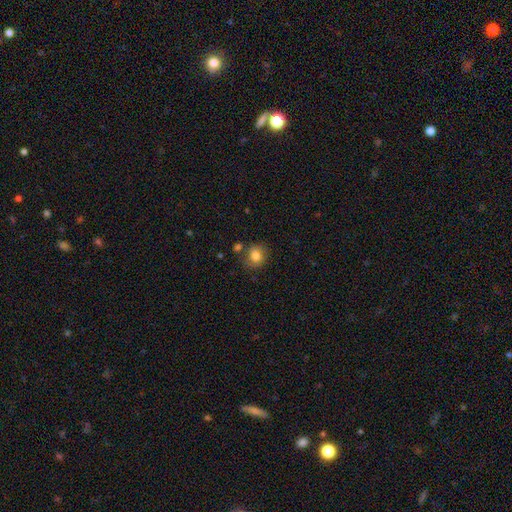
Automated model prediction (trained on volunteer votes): The model was most divided on "how rounded": round: 69%, in between: 30%, cigar-shaped: 1%. More confident: smooth or featured — smooth (81%); merging — none (72%).